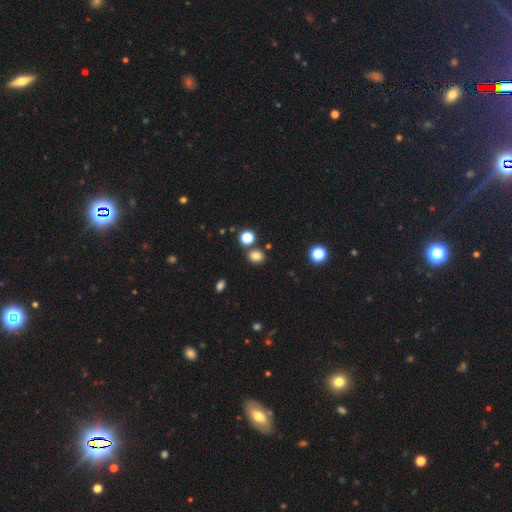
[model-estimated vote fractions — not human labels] Morphology: type=smooth (80%); roundness=round (58%); merging=none (80%).